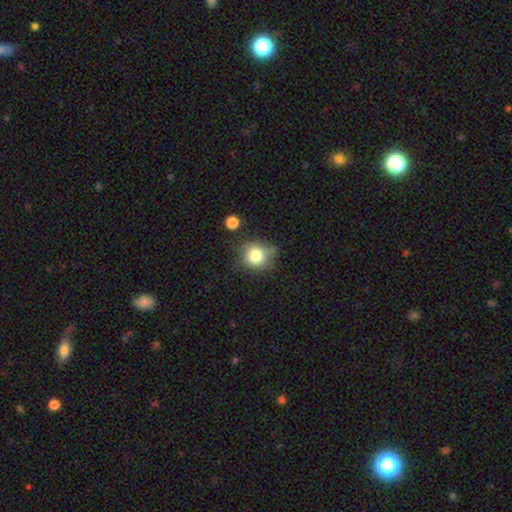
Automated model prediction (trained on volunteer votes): smooth-or-featured: smooth: 79% | star or artifact: 11% | featured or disk: 10%
  how-rounded: round: 77% | in between: 22% | cigar-shaped: 1%
  merging: none: 62% | minor disturbance: 25% | major disturbance: 7% | merger: 6%